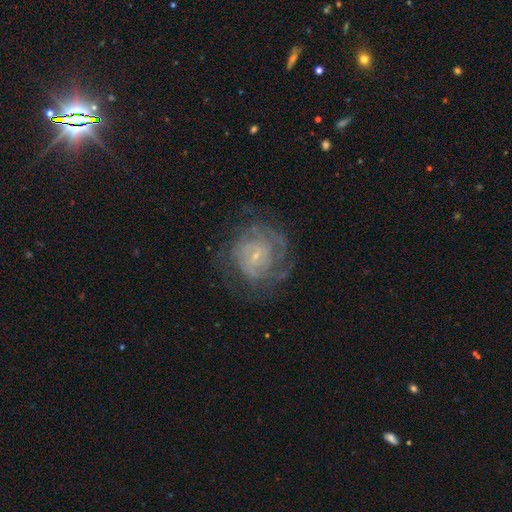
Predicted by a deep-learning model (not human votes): featured or disk 77%, smooth 15%, star or artifact 9%. Down the decision tree: edge-on disk — no (97%); bar — no (59%); spiral arms — yes (87%); spiral arm count — can't tell (48%); spiral winding — tight (65%); bulge size — small (82%); merging — none (68%).